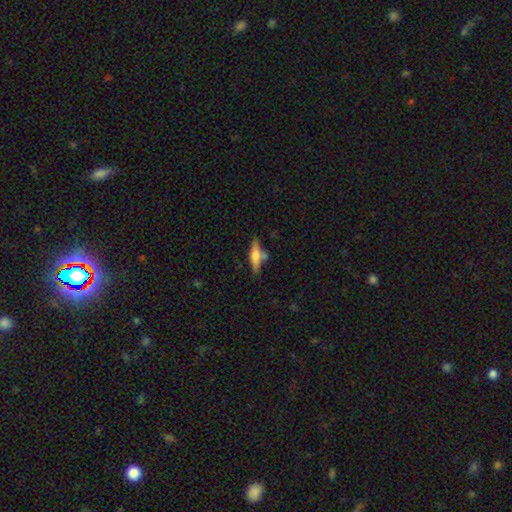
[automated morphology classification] The model was most divided on "smooth or featured": smooth: 50%, featured or disk: 42%, star or artifact: 8%. More confident: merging — none (62%).